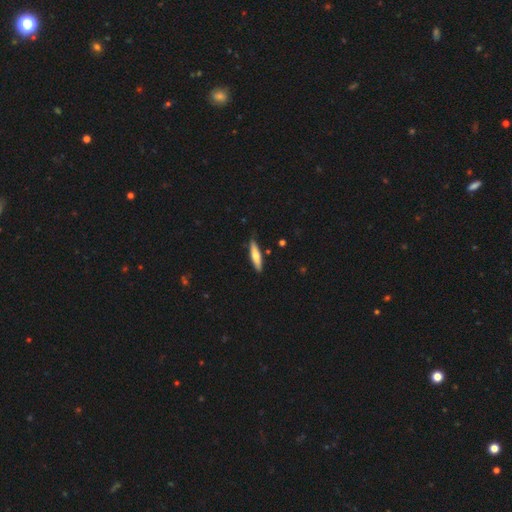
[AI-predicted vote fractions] Smooth or featured?
  - smooth: 62% *
  - featured or disk: 33%
  - star or artifact: 5%
How rounded?
  - cigar-shaped: 78% *
  - in between: 21%
  - round: 2%
Merging?
  - none: 86% *
  - minor disturbance: 11%
  - merger: 2%
  - major disturbance: 2%